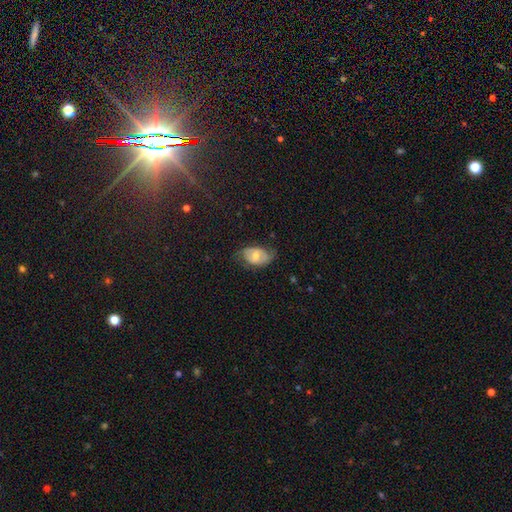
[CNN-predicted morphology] Smooth or featured?
  - smooth: 49% *
  - featured or disk: 44%
  - star or artifact: 8%
Merging?
  - none: 61% *
  - minor disturbance: 27%
  - major disturbance: 11%
  - merger: 1%